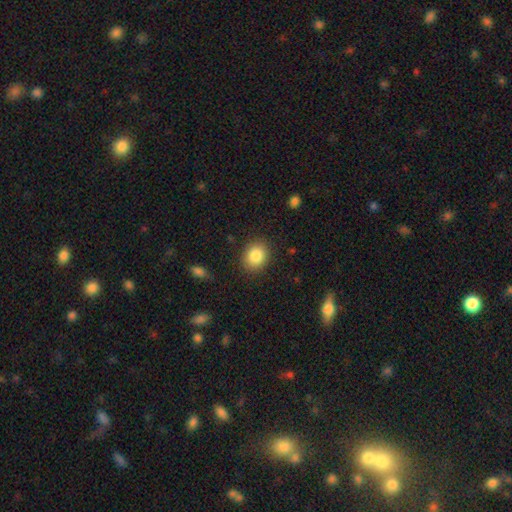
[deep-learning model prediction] Smooth or featured? Predicted: smooth (p=0.86). How rounded? Predicted: round (p=0.55). Merging? Predicted: none (p=0.87).